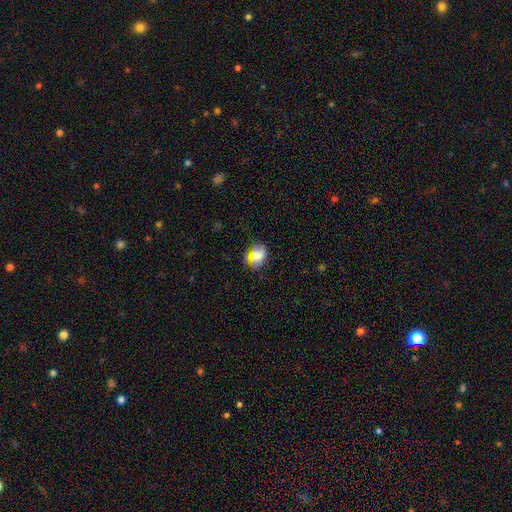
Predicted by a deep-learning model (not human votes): Morphology: type=smooth (69%); roundness=in between (54%); merging=none (60%).